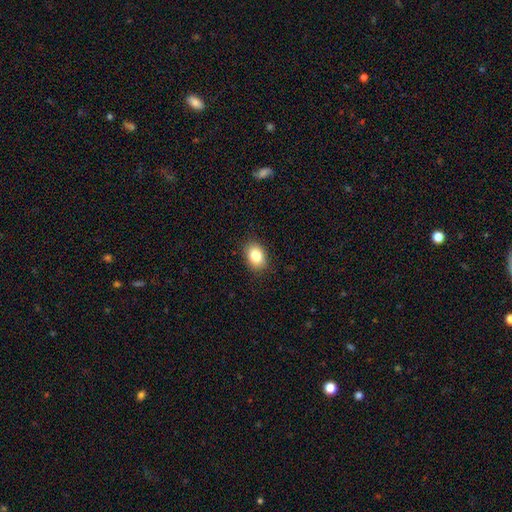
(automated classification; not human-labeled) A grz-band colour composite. It shows a smooth galaxy with no disk features (83%) that is in between round and cigar-shaped (74%). Merging: none (88%).